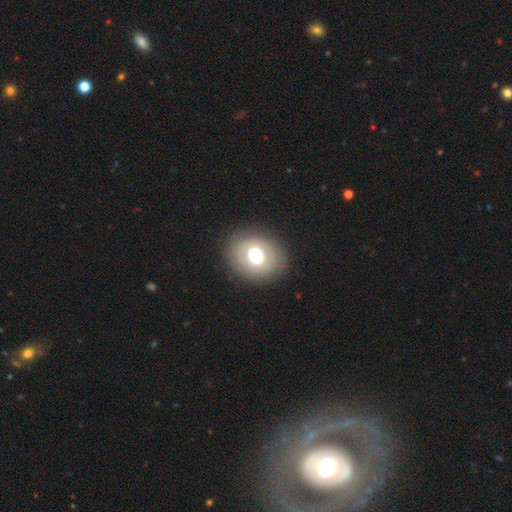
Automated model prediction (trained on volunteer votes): Smooth or featured: smooth — 66% (featured or disk — 25%)
How rounded: round — 54% (in between — 45%)
Merging: none — 87% (minor disturbance — 9%)